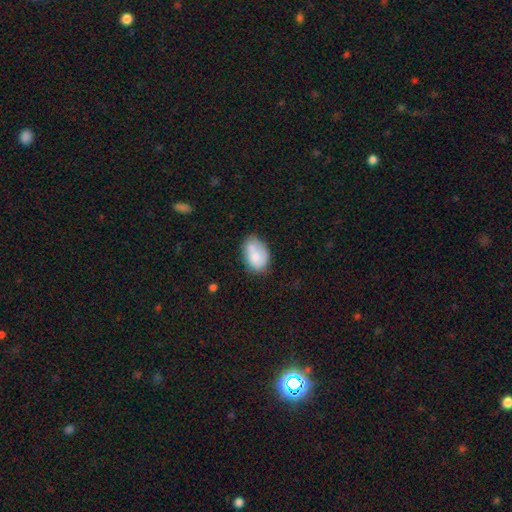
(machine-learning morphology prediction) Overall: smooth (77%). How rounded: in between (87%). Merging: none (54%; minor disturbance 28%).